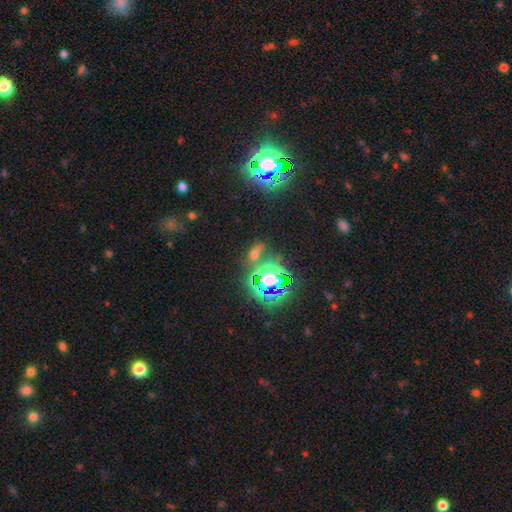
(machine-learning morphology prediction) A star or artifact, not a galaxy (68%).

Vote fractions:
- Smooth or featured? star or artifact: 68% / smooth: 22% / featured or disk: 10%